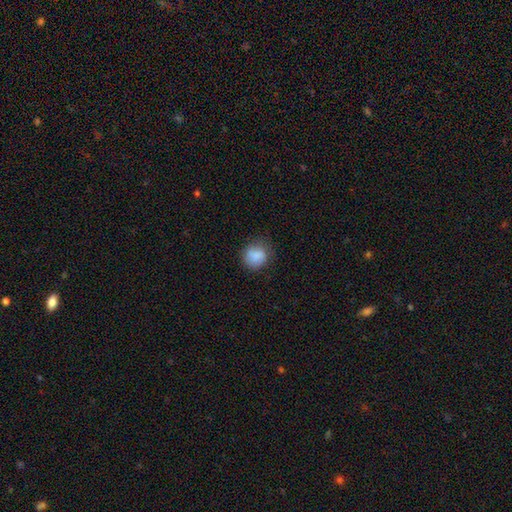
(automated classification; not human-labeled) Q: Smooth or featured?
A: smooth (85%); runner-up: star or artifact (8%)
Q: How rounded?
A: round (78%); runner-up: in between (21%)
Q: Merging?
A: none (72%); runner-up: minor disturbance (20%)